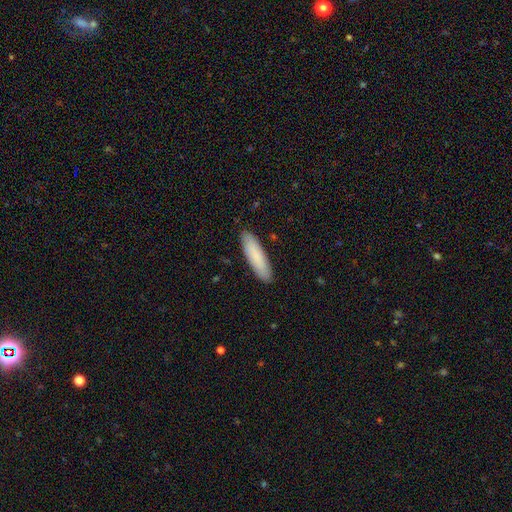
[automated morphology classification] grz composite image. It shows a smooth galaxy with no disk features (85%) that is cigar-shaped (71%). Merging: none (90%).